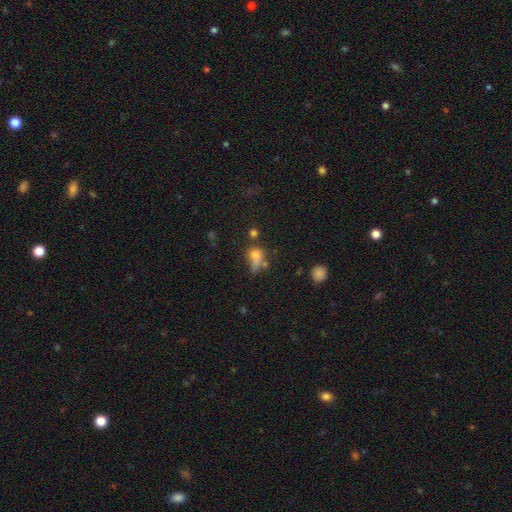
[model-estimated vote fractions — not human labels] Smooth or featured? smooth (66%)
How rounded? round (56%)
Merging? none (34%)